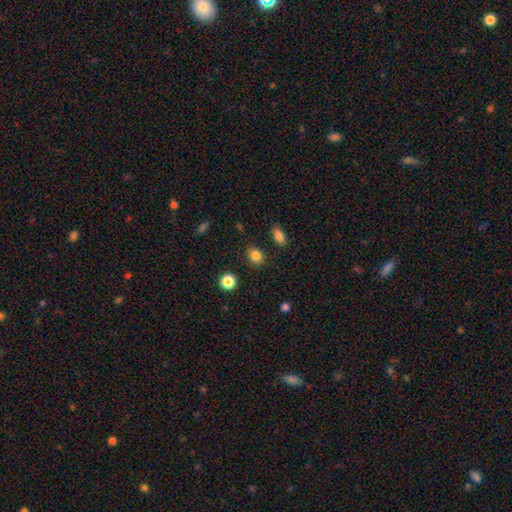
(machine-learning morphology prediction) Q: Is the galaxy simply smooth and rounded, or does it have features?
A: smooth — 84%.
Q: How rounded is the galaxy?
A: in between — 53%.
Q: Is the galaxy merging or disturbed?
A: none — 86%.